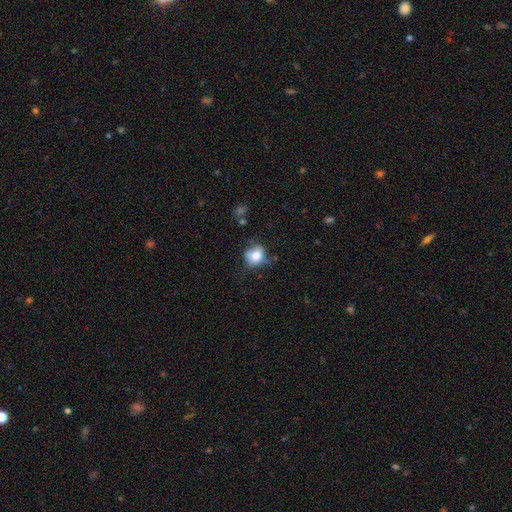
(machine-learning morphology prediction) type=smooth (76%); roundness=round (65%); merging=none (51%).